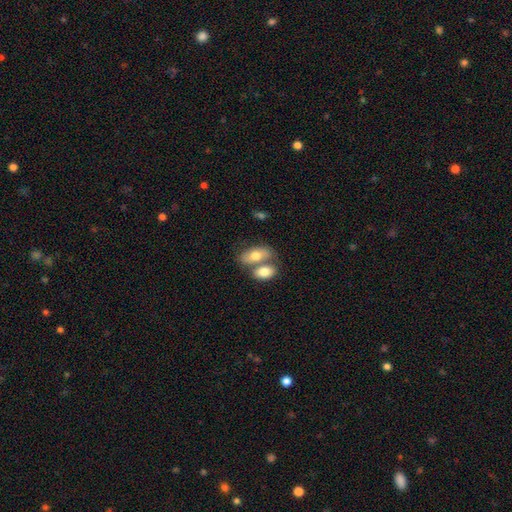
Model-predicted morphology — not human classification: Smooth or featured? Predicted: smooth (p=0.73). How rounded? Predicted: in between (p=0.90). Merging? Predicted: merger (p=0.56).